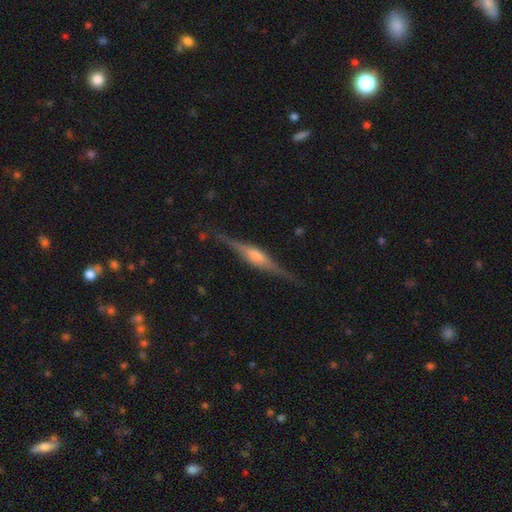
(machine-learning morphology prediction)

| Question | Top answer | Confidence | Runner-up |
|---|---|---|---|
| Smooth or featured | featured or disk | 82% | smooth (12%) |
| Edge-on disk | yes | 98% | no (2%) |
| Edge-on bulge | rounded | 72% | boxy (23%) |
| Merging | none | 86% | minor disturbance (11%) |